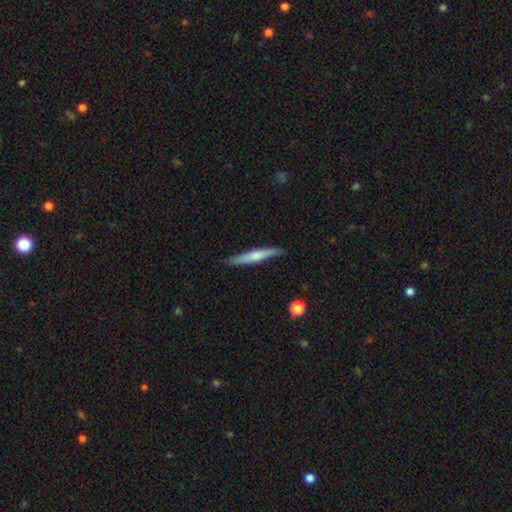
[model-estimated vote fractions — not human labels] A smooth galaxy with no disk features (54%) that is cigar-shaped (94%).

Vote fractions:
- Smooth or featured? smooth: 54% / featured or disk: 40% / star or artifact: 5%
- How rounded? cigar-shaped: 94% / in between: 5% / round: 1%
- Merging? none: 87% / minor disturbance: 10% / major disturbance: 2% / merger: 1%